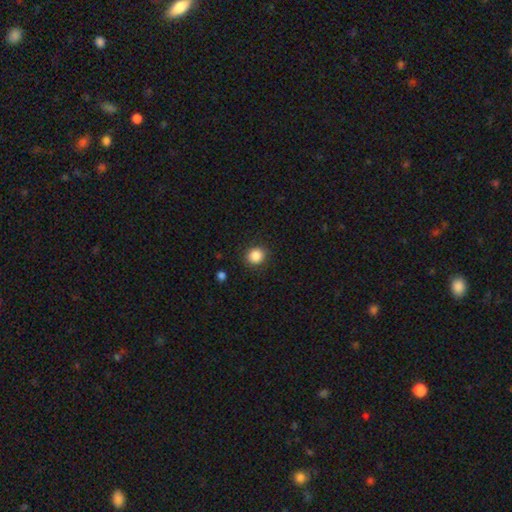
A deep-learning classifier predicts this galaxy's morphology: The model was most divided on "how rounded": round: 83%, in between: 16%, cigar-shaped: 1%. More confident: merging — none (90%); smooth or featured — smooth (87%).